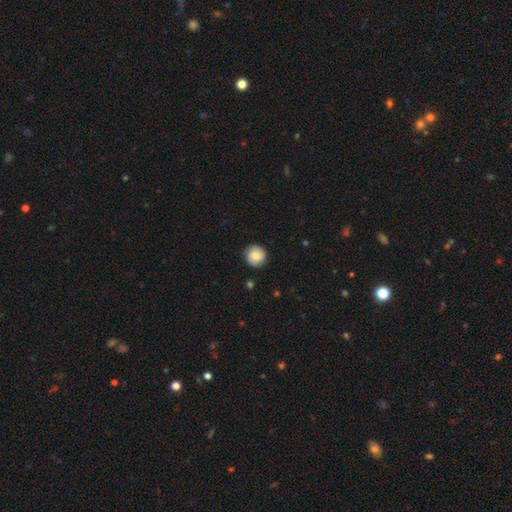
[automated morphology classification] A smooth galaxy with no disk features (74%) that is round (93%).

Vote fractions:
- Smooth or featured? smooth: 74% / featured or disk: 18% / star or artifact: 8%
- How rounded? round: 93% / in between: 6% / cigar-shaped: 1%
- Merging? none: 85% / minor disturbance: 11% / major disturbance: 3% / merger: 1%